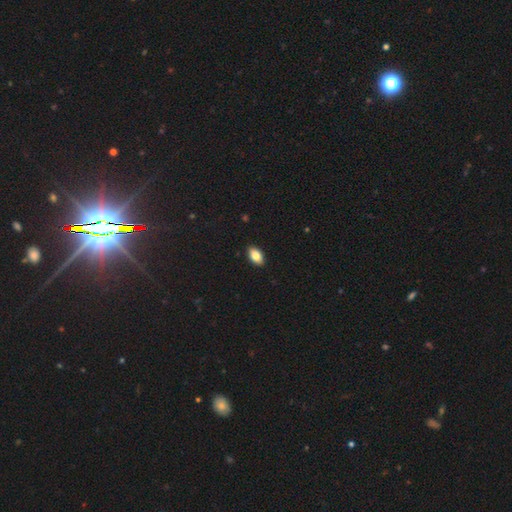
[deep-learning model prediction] Morphology: type=smooth (83%); roundness=in between (92%); merging=none (91%).